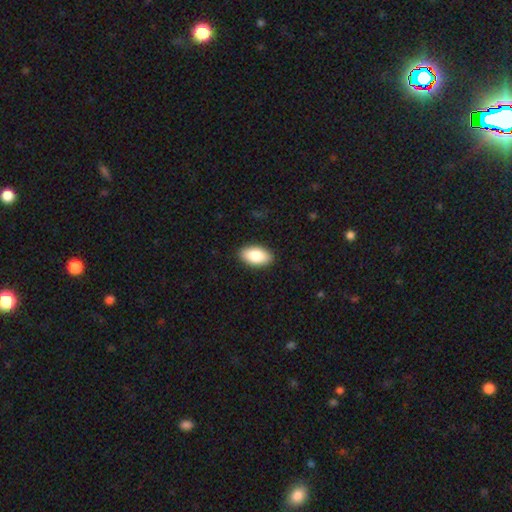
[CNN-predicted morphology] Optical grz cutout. It shows a smooth galaxy with no disk features (84%) that is in between round and cigar-shaped (94%). Merging: none (90%).